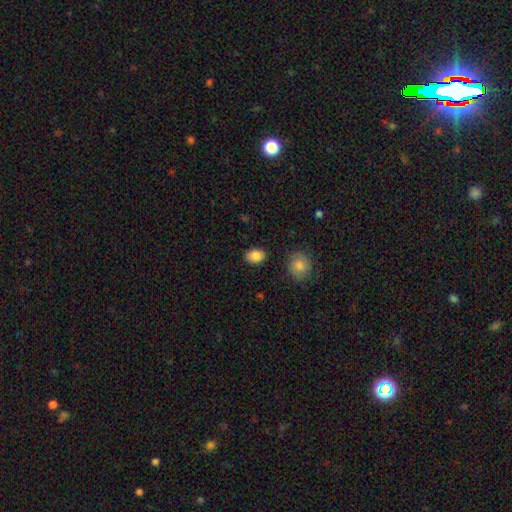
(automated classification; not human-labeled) Q: Smooth or featured?
A: smooth (86%); runner-up: star or artifact (8%)
Q: How rounded?
A: in between (70%); runner-up: round (29%)
Q: Merging?
A: none (86%); runner-up: minor disturbance (10%)